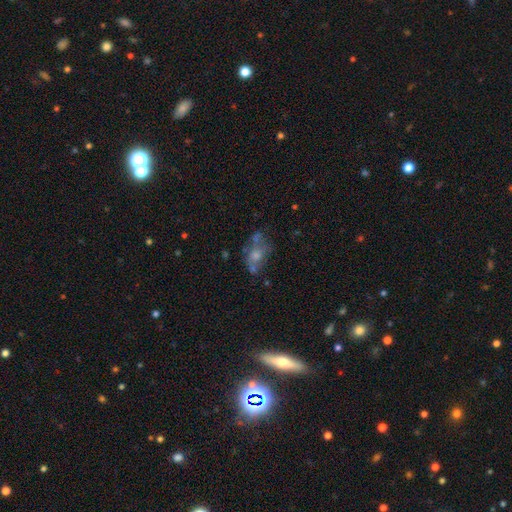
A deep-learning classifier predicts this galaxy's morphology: Smooth or featured? smooth (50%)
How rounded? in between (74%)
Merging? none (39%)